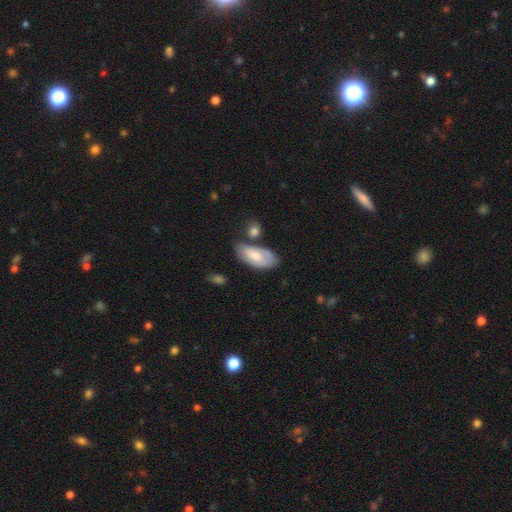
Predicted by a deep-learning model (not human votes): Smooth or featured? smooth (66%)
How rounded? in between (92%)
Merging? none (49%)